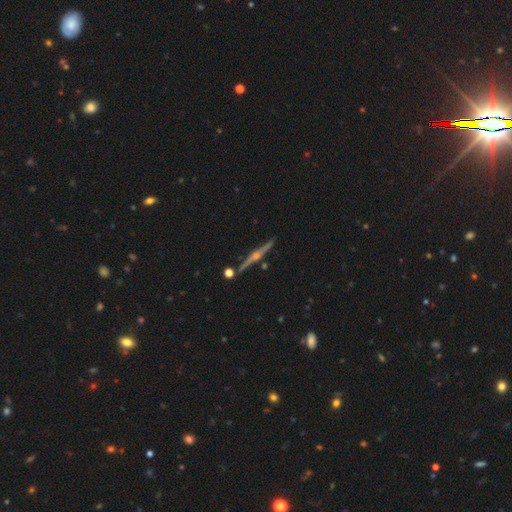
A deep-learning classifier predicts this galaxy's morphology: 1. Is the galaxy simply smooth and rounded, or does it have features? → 86% featured or disk, 8% smooth, 6% star or artifact.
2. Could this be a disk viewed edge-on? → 98% yes, 2% no.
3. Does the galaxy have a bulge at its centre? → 89% rounded, 5% none, 5% boxy.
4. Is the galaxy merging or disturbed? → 89% none, 6% minor disturbance, 3% merger, 2% major disturbance.